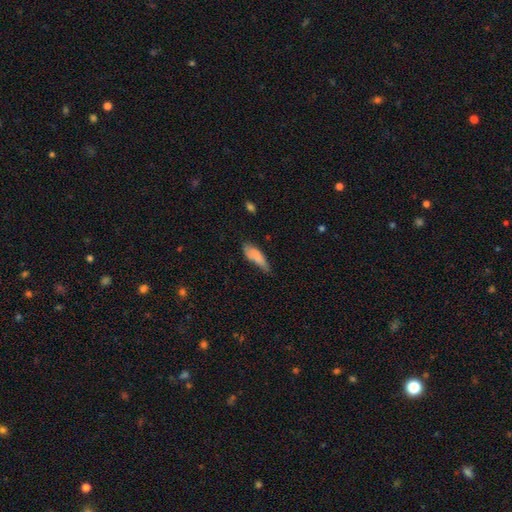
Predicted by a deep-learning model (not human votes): Overall: smooth (81%). How rounded: in between (52%; cigar-shaped 46%). Merging: none (45%; minor disturbance 41%).